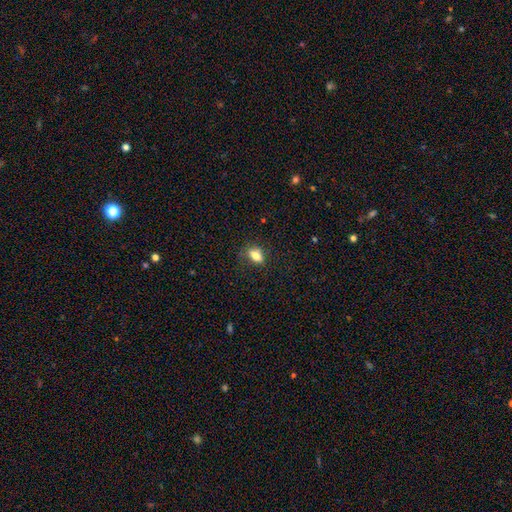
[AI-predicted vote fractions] Smooth or featured?
  - smooth: 78% *
  - featured or disk: 12%
  - star or artifact: 10%
How rounded?
  - in between: 80% *
  - round: 11%
  - cigar-shaped: 9%
Merging?
  - none: 75% *
  - minor disturbance: 18%
  - major disturbance: 5%
  - merger: 2%